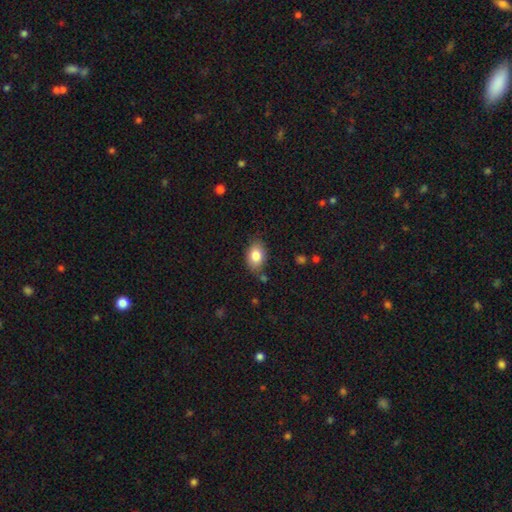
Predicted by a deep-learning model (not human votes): A smooth galaxy with no disk features (83%) that is in between round and cigar-shaped (84%).

Vote fractions:
- Smooth or featured? smooth: 83% / featured or disk: 9% / star or artifact: 8%
- How rounded? in between: 84% / round: 15% / cigar-shaped: 1%
- Merging? none: 78% / minor disturbance: 16% / major disturbance: 3% / merger: 3%